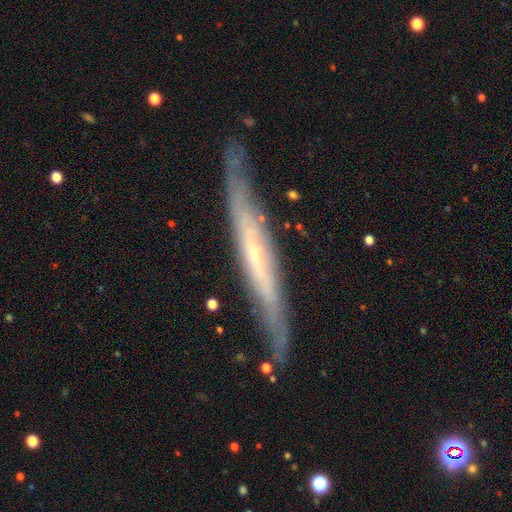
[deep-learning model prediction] Smooth or featured? Predicted: featured or disk (p=0.73). Edge-on disk? Predicted: yes (p=0.78). Edge-on bulge? Predicted: none (p=0.63). Merging? Predicted: none (p=0.77).